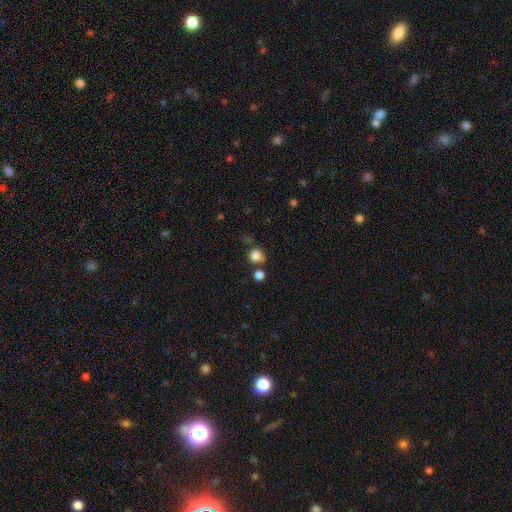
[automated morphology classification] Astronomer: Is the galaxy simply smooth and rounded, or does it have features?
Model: smooth — 82%.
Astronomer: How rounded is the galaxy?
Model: round — 88%.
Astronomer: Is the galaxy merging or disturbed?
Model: none — 67%.